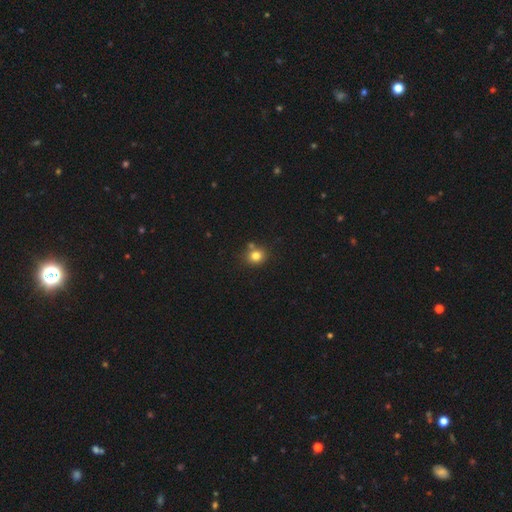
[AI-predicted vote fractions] Smooth or featured? Predicted: smooth (p=0.81). How rounded? Predicted: round (p=0.78). Merging? Predicted: none (p=0.72).